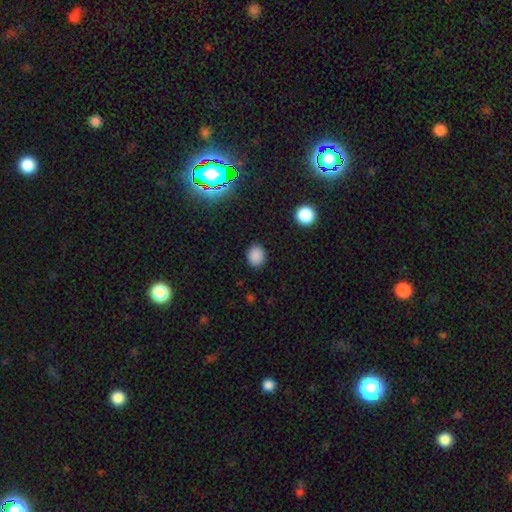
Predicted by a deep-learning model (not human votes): Q: Smooth or featured?
A: smooth (86%); runner-up: star or artifact (11%)
Q: How rounded?
A: round (60%); runner-up: in between (39%)
Q: Merging?
A: none (88%); runner-up: minor disturbance (8%)